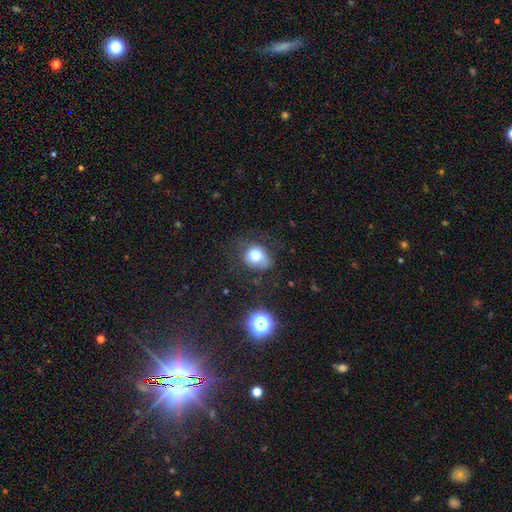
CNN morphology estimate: A smooth galaxy with no disk features (74%) that is round (55%). Merging: none (53%).